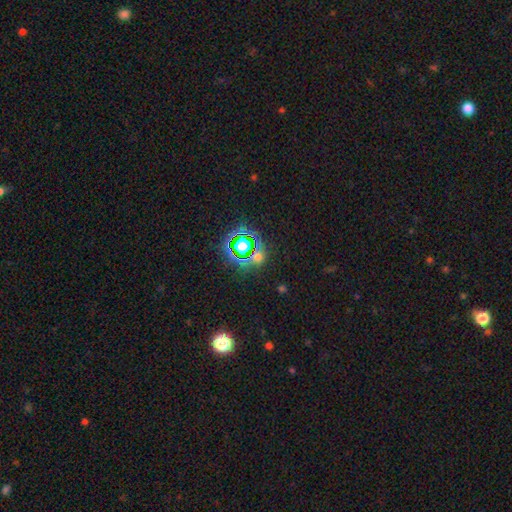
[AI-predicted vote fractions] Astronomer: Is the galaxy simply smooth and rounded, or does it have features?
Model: star or artifact — 69%.